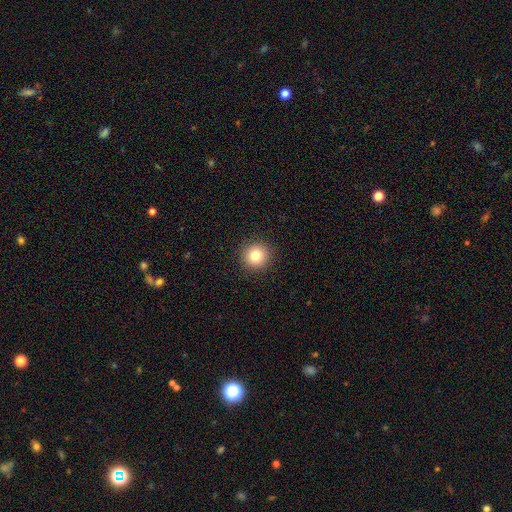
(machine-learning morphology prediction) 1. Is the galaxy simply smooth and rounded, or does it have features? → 81% smooth, 11% star or artifact, 7% featured or disk.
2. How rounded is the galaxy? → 94% round, 5% in between, 1% cigar-shaped.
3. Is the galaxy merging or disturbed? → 92% none, 5% minor disturbance, 2% major disturbance, 1% merger.